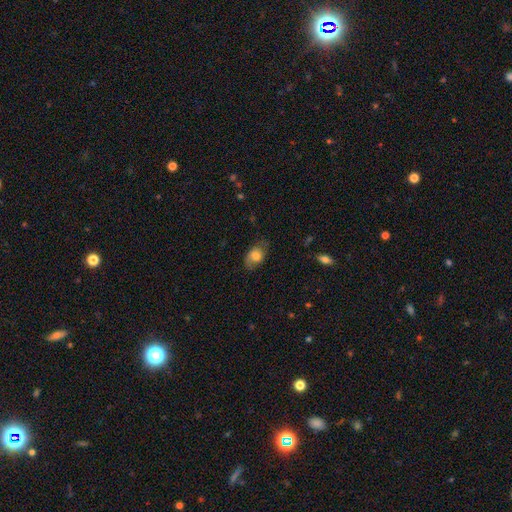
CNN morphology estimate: Overall: smooth (66%). How rounded: in between (79%). Merging: none (68%).